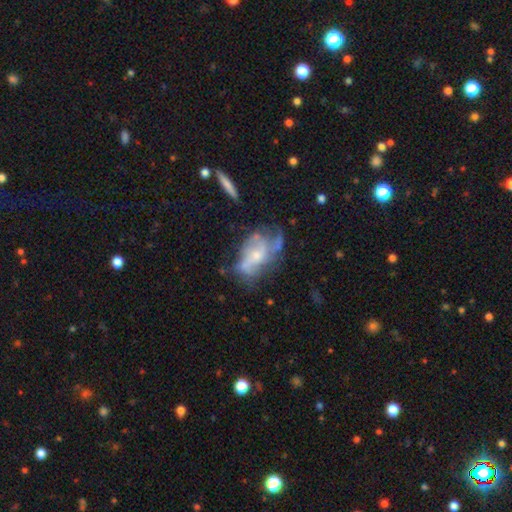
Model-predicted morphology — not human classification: A featured or disk galaxy (70%) with no bar (69%), spiral arms (69%) and a small central bulge (59%). Merging: none (40%).